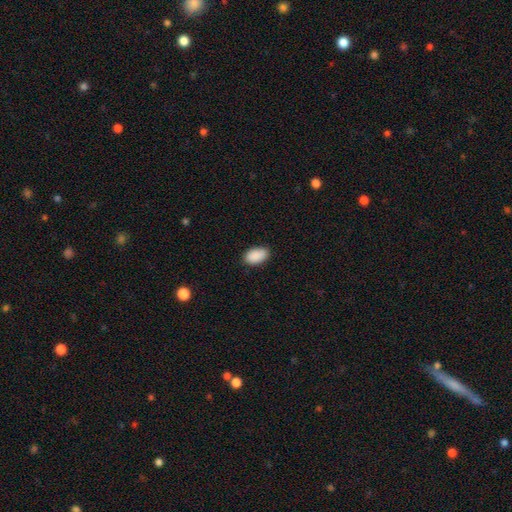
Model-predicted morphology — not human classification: This is clearly a smooth galaxy (90%). How rounded: clearly in between (92%). Merging: clearly none (83%).